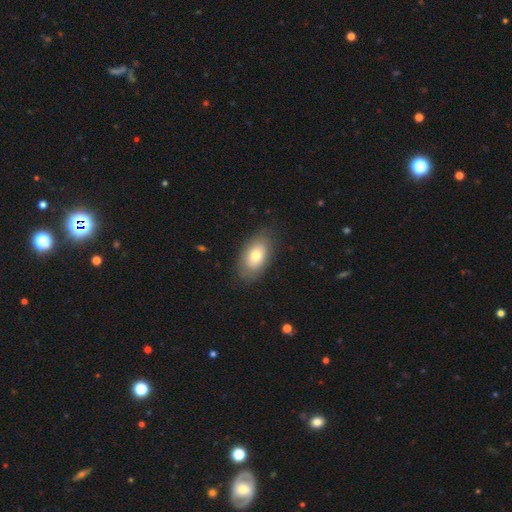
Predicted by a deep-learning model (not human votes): Smooth or featured?
  - smooth: 72% *
  - featured or disk: 21%
  - star or artifact: 7%
How rounded?
  - in between: 92% *
  - round: 6%
  - cigar-shaped: 2%
Merging?
  - none: 80% *
  - minor disturbance: 15%
  - major disturbance: 4%
  - merger: 1%